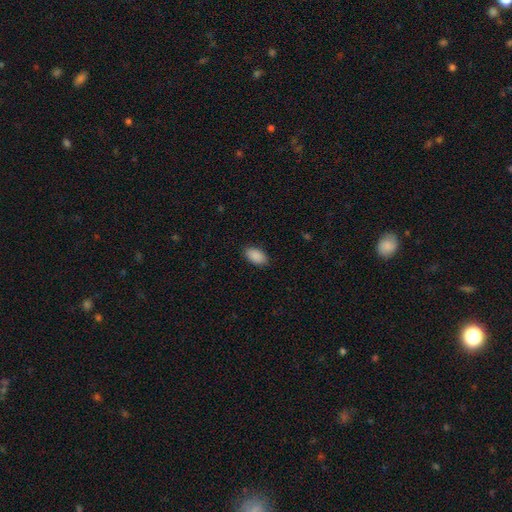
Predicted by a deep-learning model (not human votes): A smooth galaxy with no disk features (91%) that is in between round and cigar-shaped (94%). Merging: none (88%).